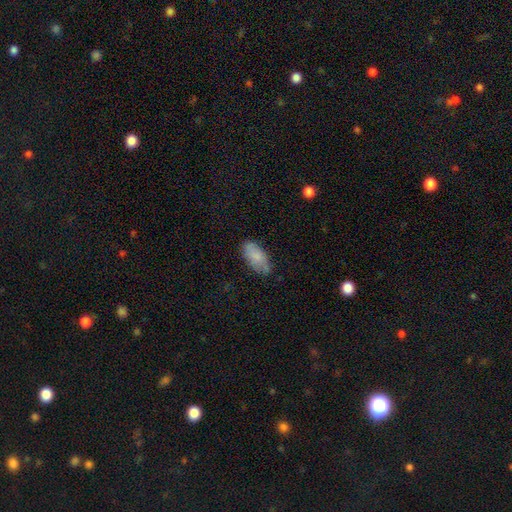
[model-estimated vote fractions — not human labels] Smooth or featured? smooth (79%)
How rounded? in between (90%)
Merging? none (72%)